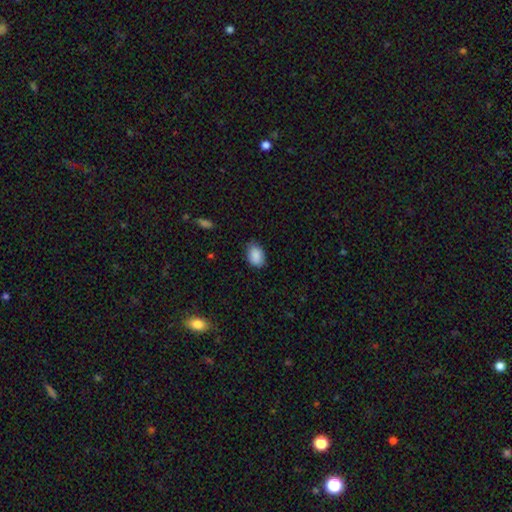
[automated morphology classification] Overall: smooth (88%). How rounded: in between (78%). Merging: none (73%).